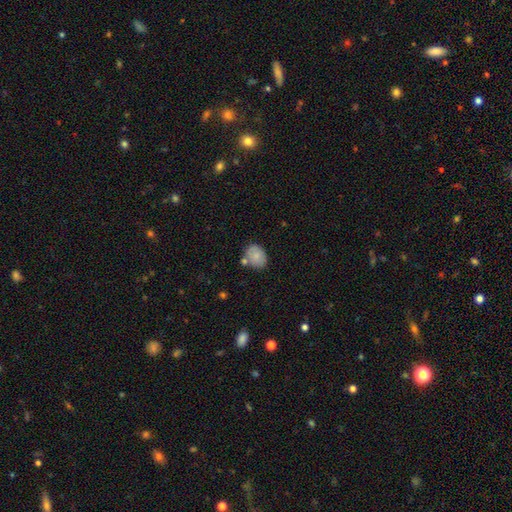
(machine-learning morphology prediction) type=smooth (80%); roundness=in between (67%); merging=none (63%).